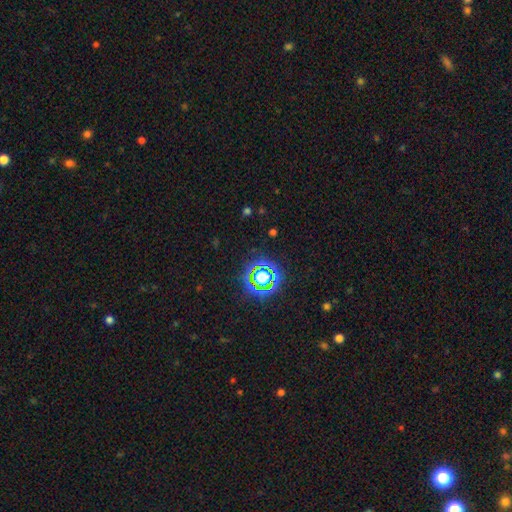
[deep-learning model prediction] Smooth or featured? Predicted: star or artifact (p=0.80).